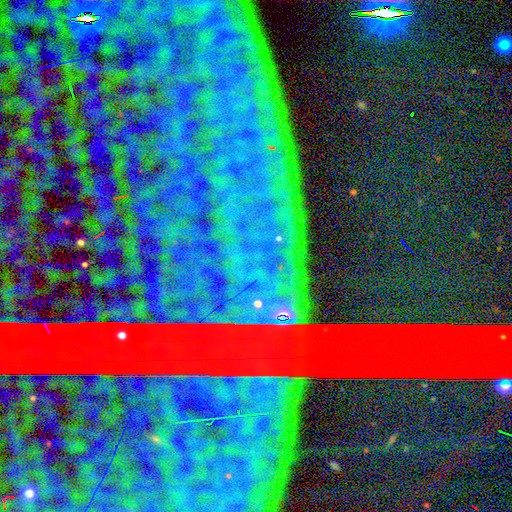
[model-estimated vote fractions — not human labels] Smooth or featured? star or artifact (87%)